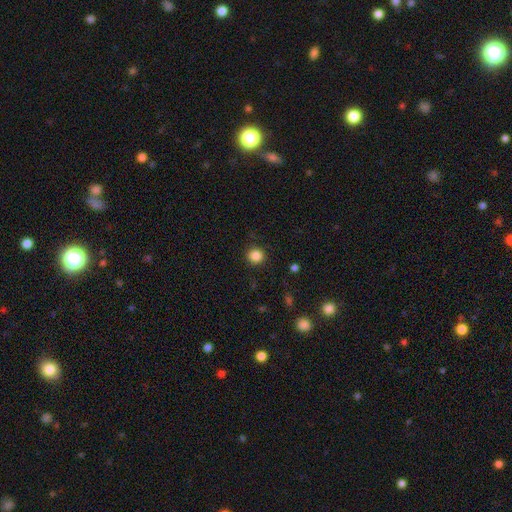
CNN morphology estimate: A smooth galaxy with no disk features (86%) that is round (90%). Merging: none (89%).